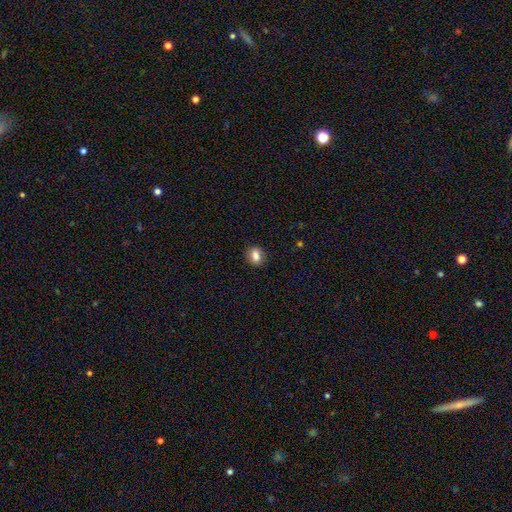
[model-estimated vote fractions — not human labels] Smooth or featured?
  - smooth: 83% *
  - star or artifact: 9%
  - featured or disk: 8%
How rounded?
  - in between: 54% *
  - round: 44%
  - cigar-shaped: 2%
Merging?
  - none: 88% *
  - minor disturbance: 9%
  - major disturbance: 2%
  - merger: 1%